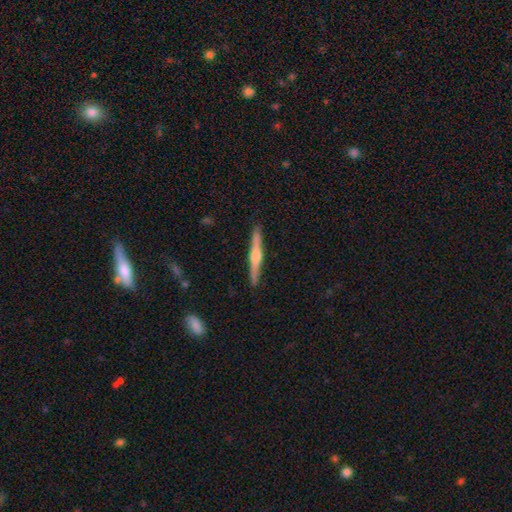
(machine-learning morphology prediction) This is likely a featured or disk galaxy (72%). It is clearly viewed edge-on (98%). Edge-on bulge: clearly rounded (86%). Merging: clearly none (91%).